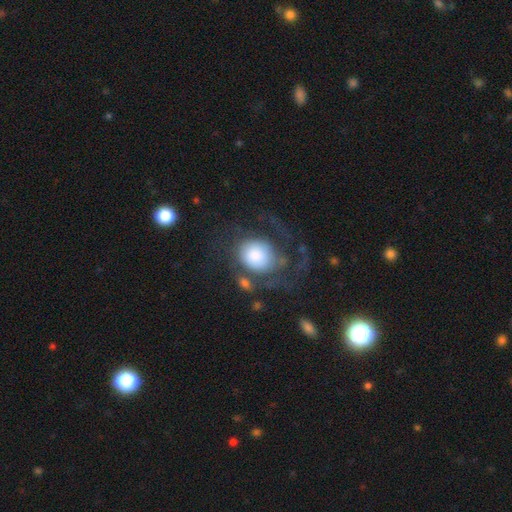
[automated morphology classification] Overall: smooth (56%; featured or disk 36%). How rounded: round (63%; in between 36%). Merging: major disturbance (37%; none 36%).